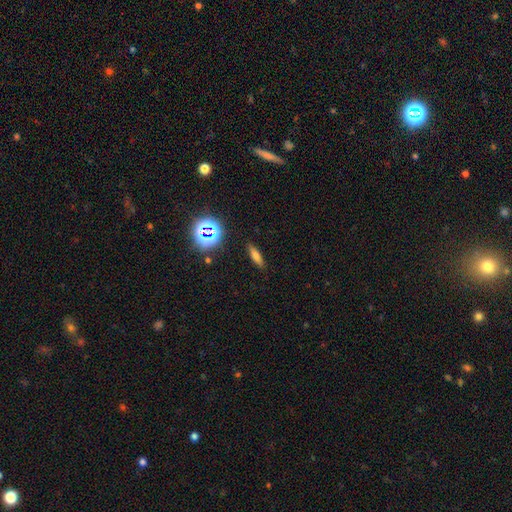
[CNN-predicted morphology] type=smooth (66%); roundness=cigar-shaped (60%); merging=none (87%).